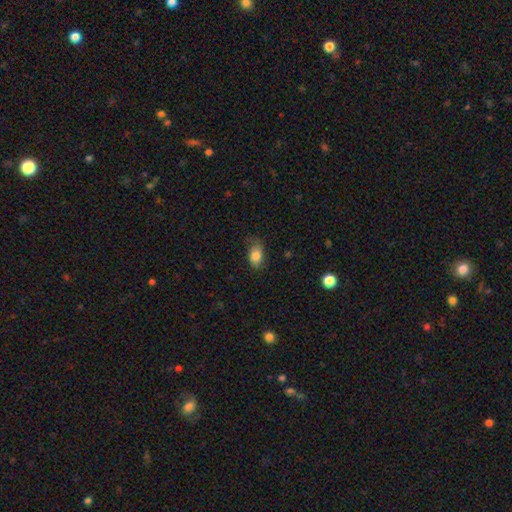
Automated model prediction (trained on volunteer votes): Smooth or featured: smooth — 83% (featured or disk — 8%)
How rounded: in between — 86% (round — 12%)
Merging: none — 65% (minor disturbance — 26%)